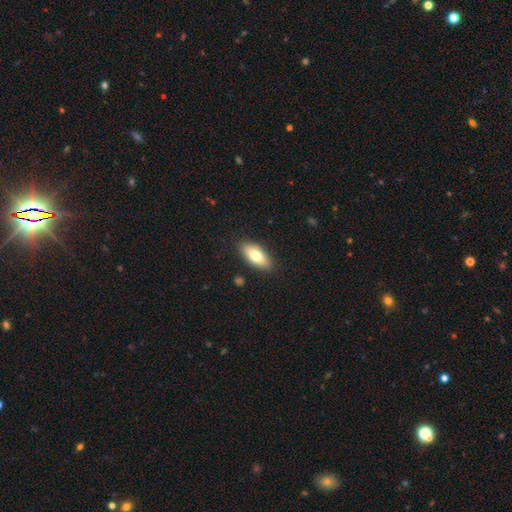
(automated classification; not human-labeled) This is likely a smooth galaxy (75%). How rounded: clearly in between (85%). Merging: clearly none (87%).